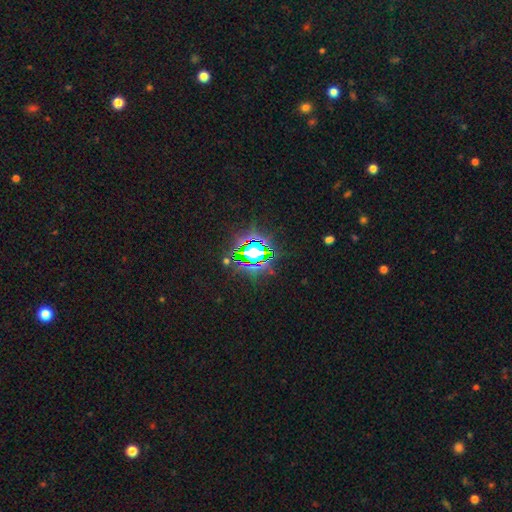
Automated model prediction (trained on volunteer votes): A star or artifact, not a galaxy (75%).